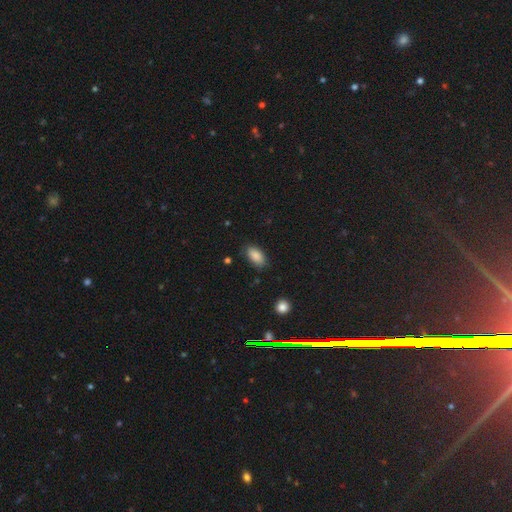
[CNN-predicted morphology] Smooth or featured? smooth (87%)
How rounded? in between (92%)
Merging? none (81%)